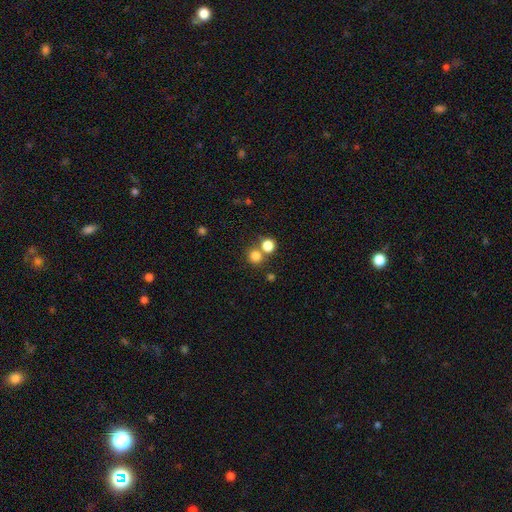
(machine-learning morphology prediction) smooth 79%, star or artifact 15%, featured or disk 6%. Down the decision tree: how rounded — round (89%); merging — none (63%).